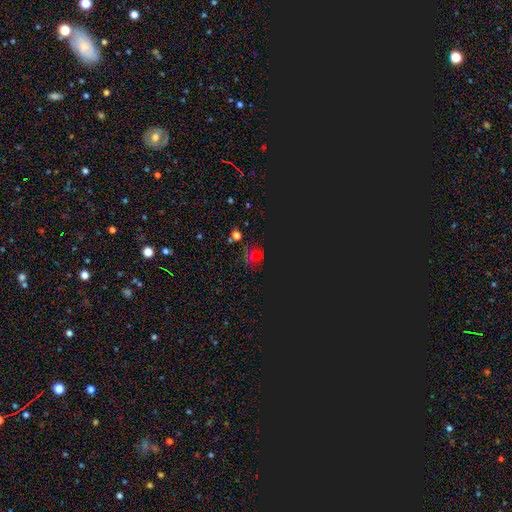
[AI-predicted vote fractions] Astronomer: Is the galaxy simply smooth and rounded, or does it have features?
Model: star or artifact — 60%.